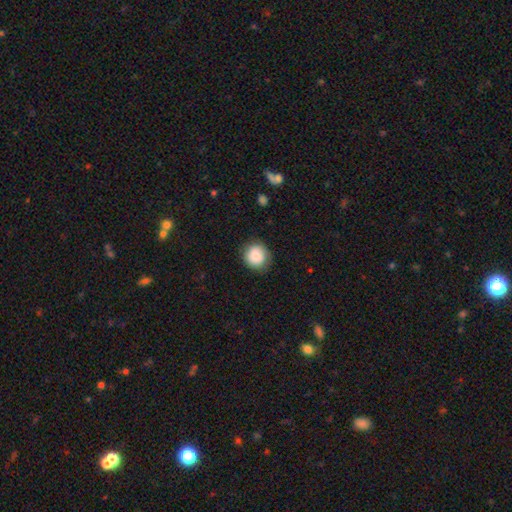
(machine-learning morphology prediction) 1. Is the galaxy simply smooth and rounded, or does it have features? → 84% smooth, 8% featured or disk, 8% star or artifact.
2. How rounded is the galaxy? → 88% round, 11% in between, 1% cigar-shaped.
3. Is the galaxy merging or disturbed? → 83% none, 12% minor disturbance, 3% major disturbance, 1% merger.